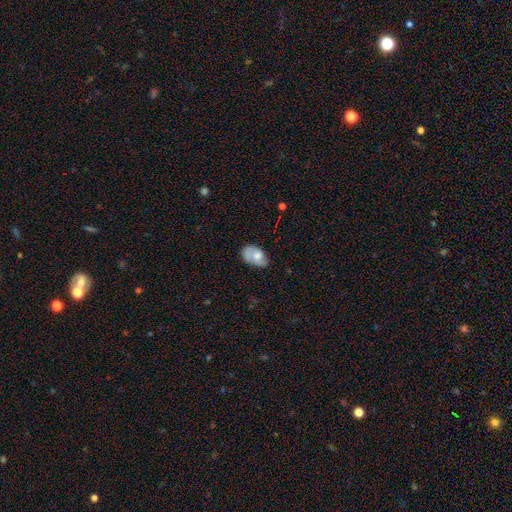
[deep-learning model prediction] Morphology: type=smooth (60%); roundness=in between (89%); merging=none (51%).